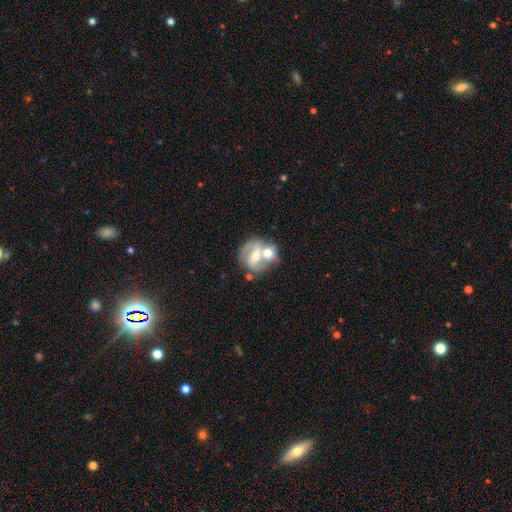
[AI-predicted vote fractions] Smooth or featured? featured or disk (57%)
Edge-on disk? no (96%)
Bar? no (37%)
Spiral arms? yes (51%)
Bulge size? moderate (62%)
Merging? merger (55%)